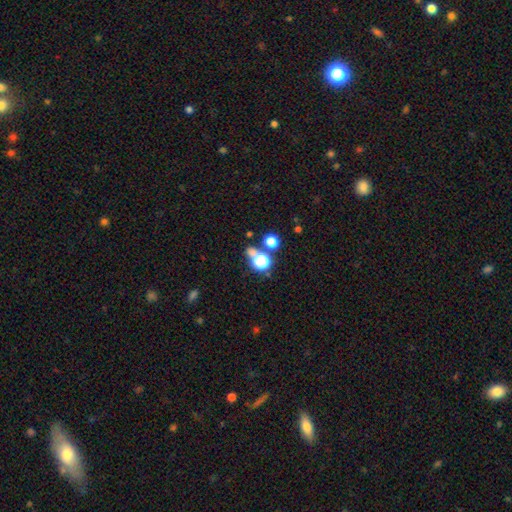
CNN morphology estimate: smooth_or_featured: smooth (p=0.56) [alt: star or artifact p=0.35]
how_rounded: round (p=0.80) [alt: in between p=0.19]
merging: none (p=0.57) [alt: merger p=0.28]